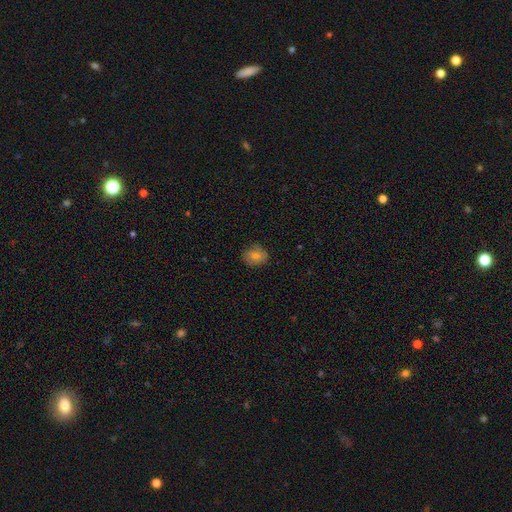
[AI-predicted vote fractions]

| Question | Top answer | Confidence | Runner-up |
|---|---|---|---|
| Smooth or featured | smooth | 66% | featured or disk (22%) |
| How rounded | round | 60% | in between (39%) |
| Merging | none | 81% | minor disturbance (15%) |